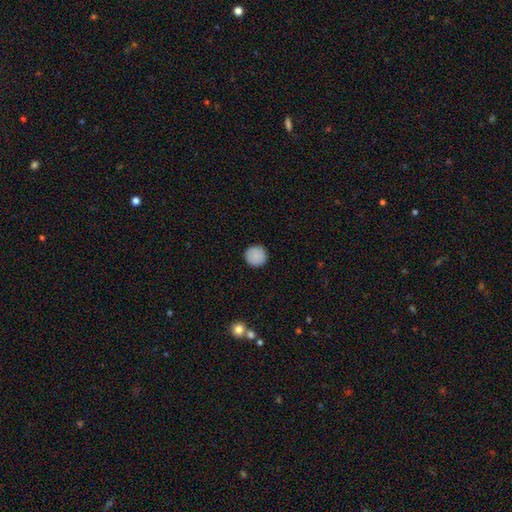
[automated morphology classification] Smooth or featured?
  - smooth: 88% *
  - star or artifact: 8%
  - featured or disk: 4%
How rounded?
  - round: 95% *
  - in between: 4%
  - cigar-shaped: 1%
Merging?
  - none: 91% *
  - minor disturbance: 6%
  - major disturbance: 2%
  - merger: 1%